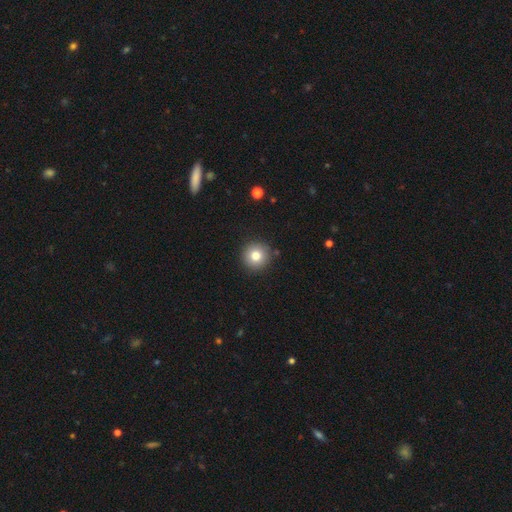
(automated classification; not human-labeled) This appears to be a smooth galaxy with no disk features (80%) that is round (95%). Merging: none (89%).